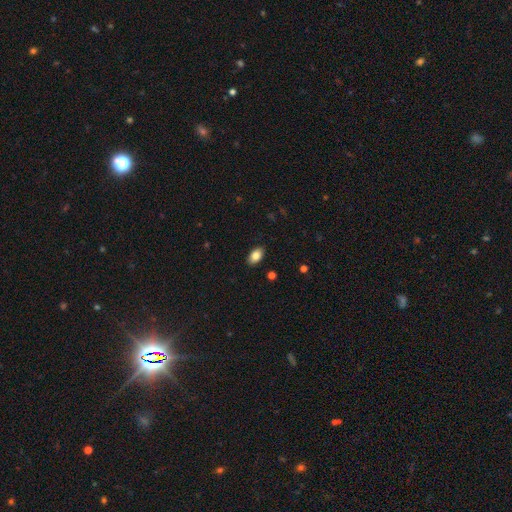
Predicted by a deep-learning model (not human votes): This appears to be a smooth galaxy with no disk features (84%) that is in between round and cigar-shaped (92%). Merging: none (89%).